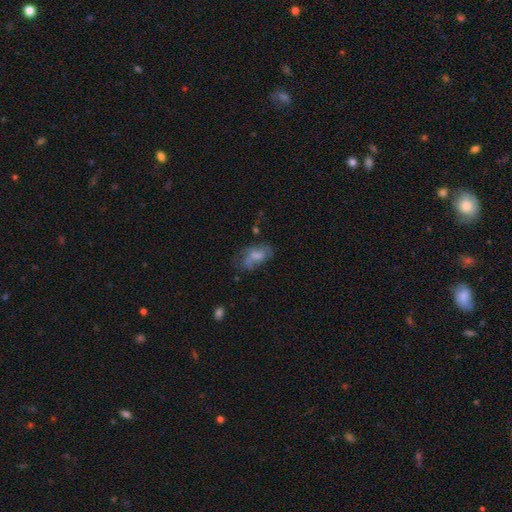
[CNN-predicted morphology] This is possibly a smooth galaxy (50%). How rounded: clearly in between (88%). Merging: marginally none (40%).